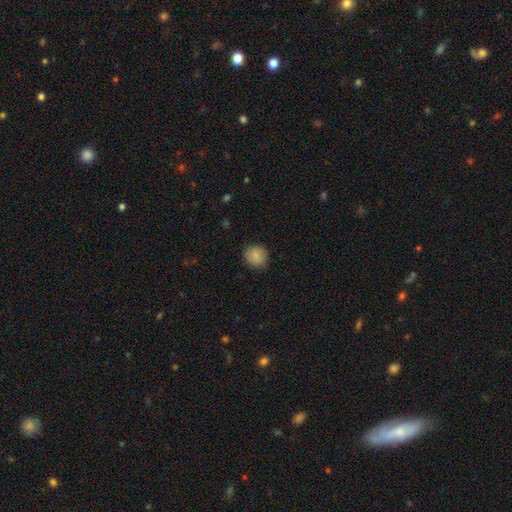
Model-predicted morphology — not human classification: Smooth or featured: smooth — 86% (star or artifact — 8%)
How rounded: round — 85% (in between — 14%)
Merging: none — 85% (minor disturbance — 11%)